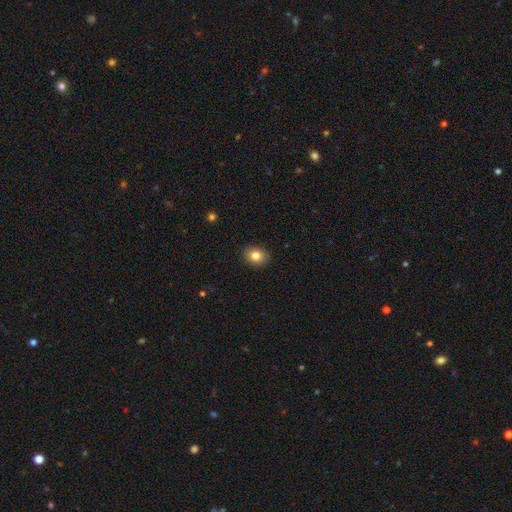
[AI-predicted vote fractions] This appears to be a smooth galaxy with no disk features (83%) that is round (51%). Merging: none (90%).